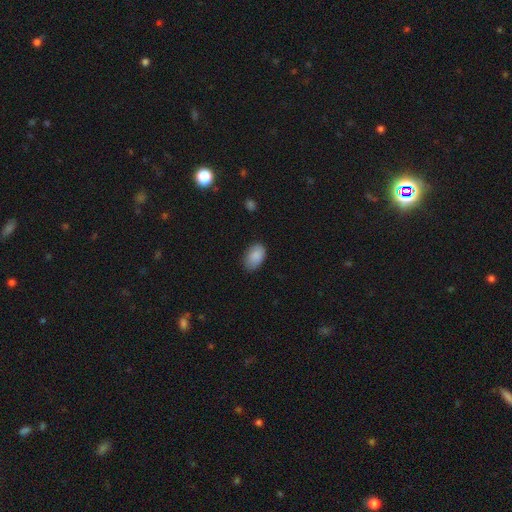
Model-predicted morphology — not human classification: Overall: smooth (88%). How rounded: in between (92%). Merging: none (78%).